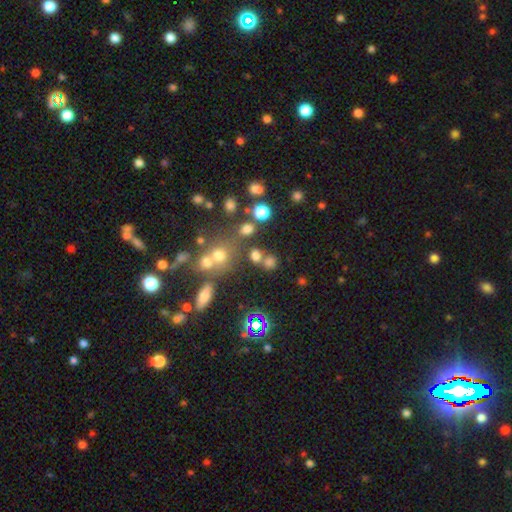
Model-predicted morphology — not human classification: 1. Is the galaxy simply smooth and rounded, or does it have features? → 68% smooth, 21% star or artifact, 10% featured or disk.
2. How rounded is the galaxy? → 74% round, 24% in between, 2% cigar-shaped.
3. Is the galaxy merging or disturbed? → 59% none, 24% merger, 10% minor disturbance, 6% major disturbance.